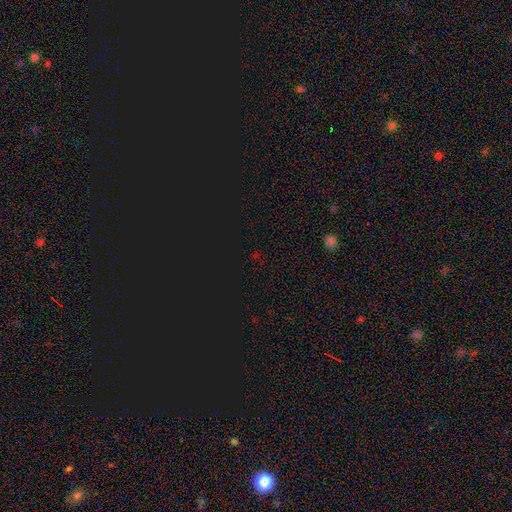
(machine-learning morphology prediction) Smooth or featured? Predicted: star or artifact (p=0.74).